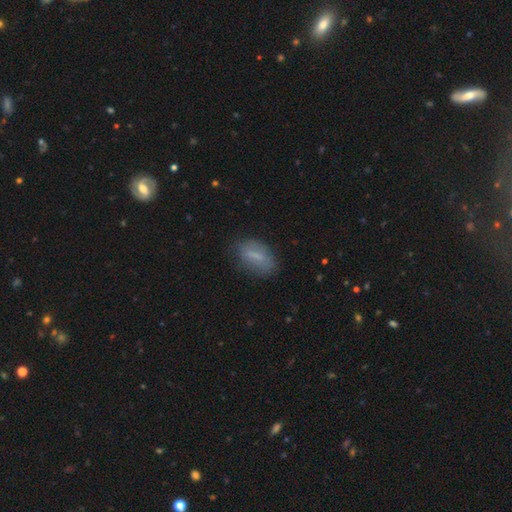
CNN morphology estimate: Smooth or featured?
  - smooth: 67% *
  - featured or disk: 25%
  - star or artifact: 9%
How rounded?
  - in between: 83% *
  - cigar-shaped: 11%
  - round: 6%
Merging?
  - none: 74% *
  - minor disturbance: 19%
  - major disturbance: 6%
  - merger: 2%